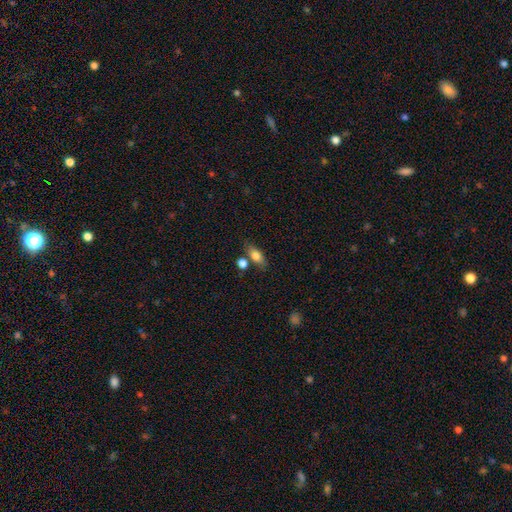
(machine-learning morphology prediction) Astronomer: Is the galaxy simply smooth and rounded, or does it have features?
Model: smooth — 78%.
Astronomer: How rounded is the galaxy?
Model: in between — 81%.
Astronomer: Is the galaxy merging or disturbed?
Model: none — 68%.